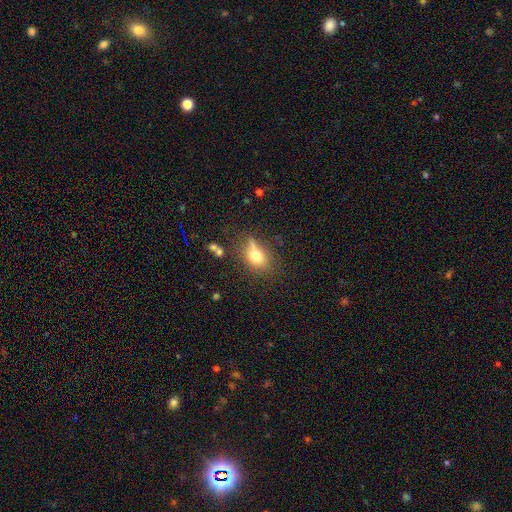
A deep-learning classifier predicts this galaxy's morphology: Smooth or featured?
  - smooth: 69% *
  - featured or disk: 19%
  - star or artifact: 12%
How rounded?
  - in between: 66% *
  - round: 28%
  - cigar-shaped: 5%
Merging?
  - none: 51% *
  - minor disturbance: 26%
  - major disturbance: 14%
  - merger: 10%